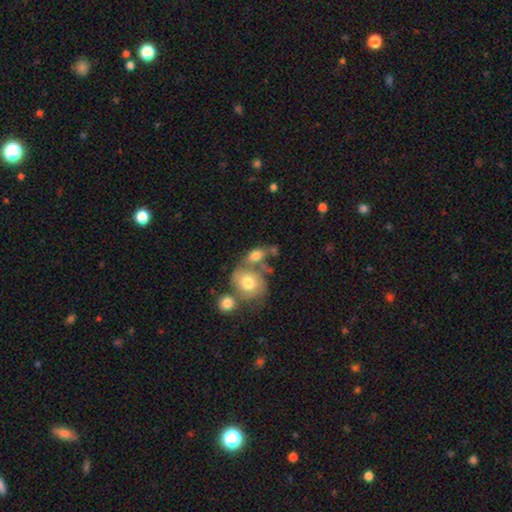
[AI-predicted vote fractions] Q: Smooth or featured?
A: smooth (67%); runner-up: featured or disk (24%)
Q: How rounded?
A: in between (64%); runner-up: round (32%)
Q: Merging?
A: merger (43%); runner-up: none (34%)